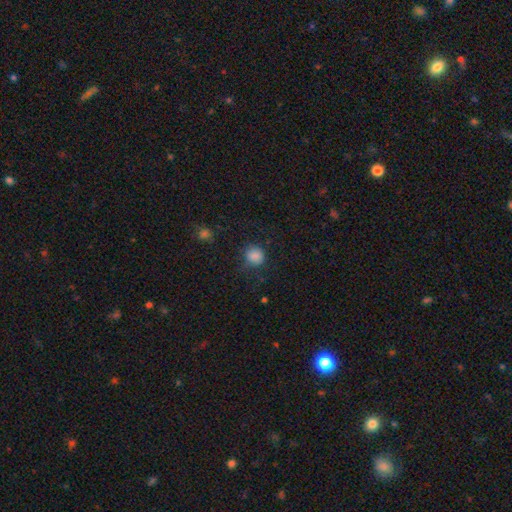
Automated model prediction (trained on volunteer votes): smooth-or-featured: smooth: 83% | star or artifact: 12% | featured or disk: 6%
  how-rounded: round: 77% | in between: 22% | cigar-shaped: 1%
  merging: none: 68% | minor disturbance: 21% | major disturbance: 9% | merger: 2%